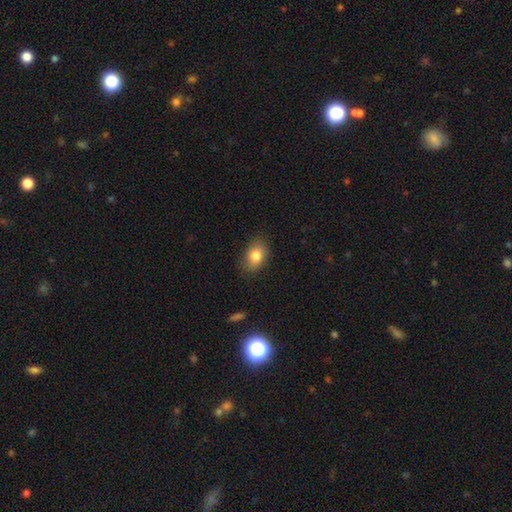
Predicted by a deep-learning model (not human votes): smooth_or_featured: smooth (p=0.81) [alt: featured or disk p=0.10]
how_rounded: in between (p=0.80) [alt: round p=0.19]
merging: none (p=0.82) [alt: minor disturbance p=0.14]